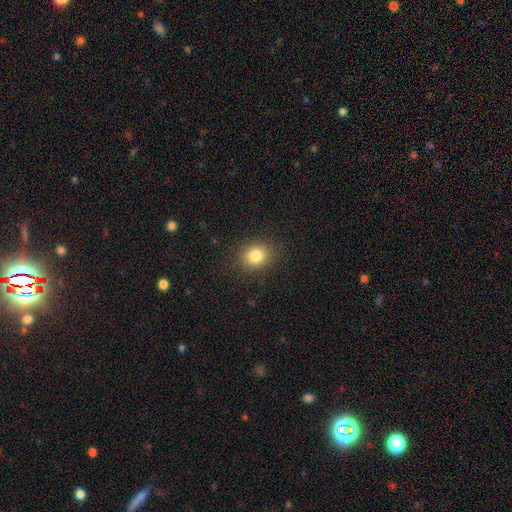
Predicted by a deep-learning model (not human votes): Q: Smooth or featured?
A: smooth (82%); runner-up: star or artifact (11%)
Q: How rounded?
A: round (65%); runner-up: in between (34%)
Q: Merging?
A: none (88%); runner-up: minor disturbance (8%)